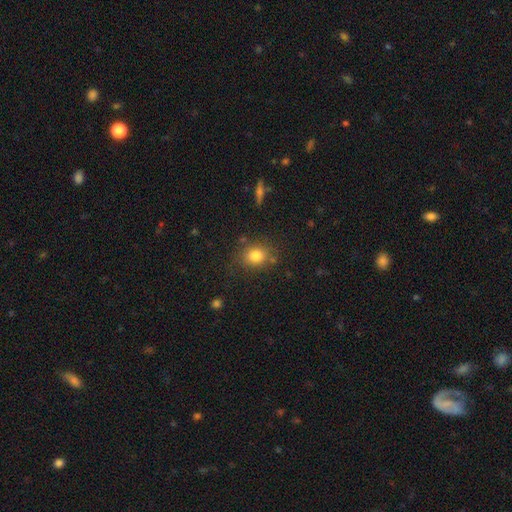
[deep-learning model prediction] A smooth galaxy with no disk features (82%) that is round (58%).

Vote fractions:
- Smooth or featured? smooth: 82% / star or artifact: 11% / featured or disk: 7%
- How rounded? round: 58% / in between: 41% / cigar-shaped: 1%
- Merging? none: 76% / minor disturbance: 14% / merger: 5% / major disturbance: 5%